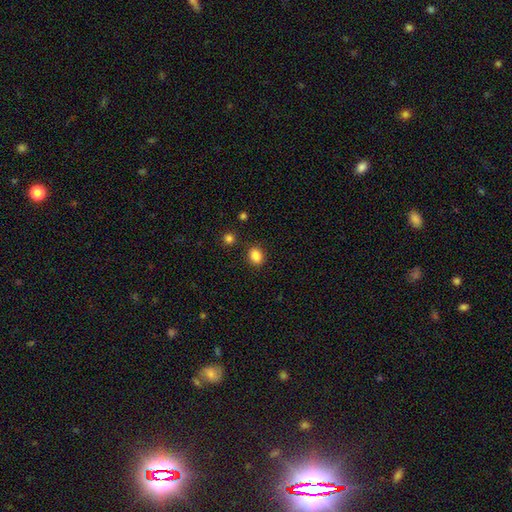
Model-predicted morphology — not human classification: type=smooth (86%); roundness=in between (51%); merging=none (86%).